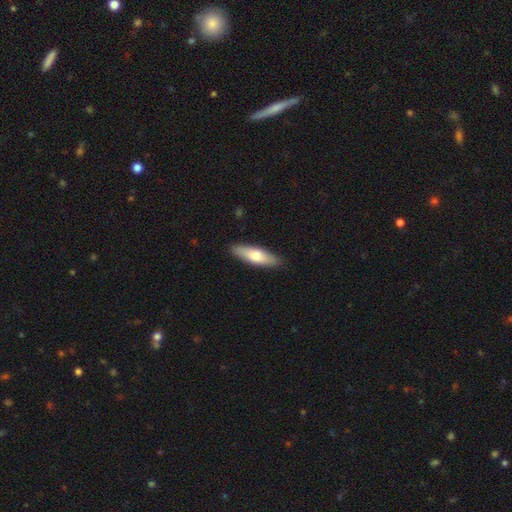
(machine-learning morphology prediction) smooth-or-featured: smooth: 71% | featured or disk: 24% | star or artifact: 5%
  how-rounded: cigar-shaped: 59% | in between: 39% | round: 2%
  merging: none: 88% | minor disturbance: 9% | major disturbance: 2% | merger: 1%